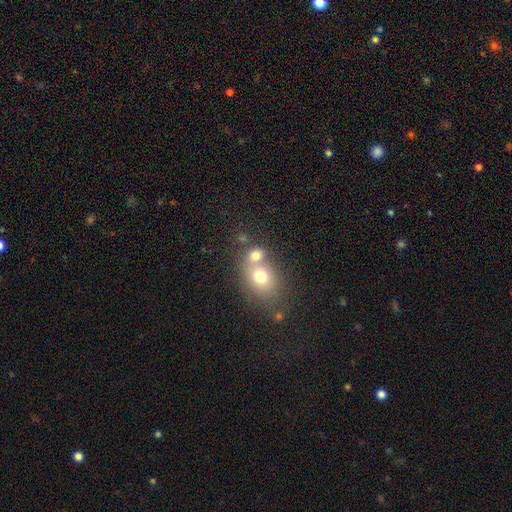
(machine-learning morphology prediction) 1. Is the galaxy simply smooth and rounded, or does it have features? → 73% smooth, 15% featured or disk, 12% star or artifact.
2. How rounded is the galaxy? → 63% round, 36% in between, 1% cigar-shaped.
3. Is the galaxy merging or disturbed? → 52% merger, 36% none, 8% minor disturbance, 4% major disturbance.